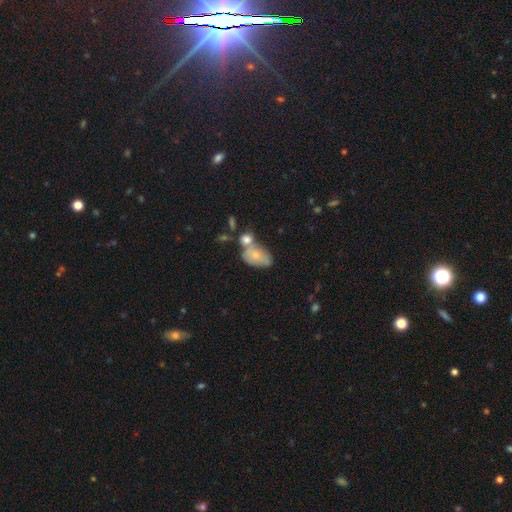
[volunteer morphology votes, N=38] type=smooth (61%); roundness=in between (96%); merging=merger (39%).